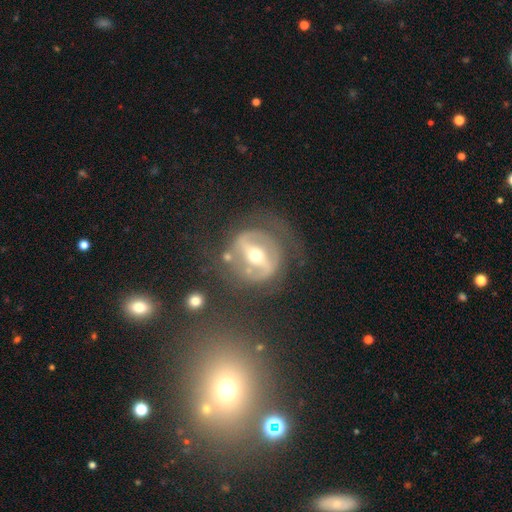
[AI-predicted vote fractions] Smooth or featured? featured or disk (83%)
Edge-on disk? no (95%)
Bar? strong (68%)
Spiral arms? yes (77%)
Spiral winding? medium (45%)
Spiral arm count? 2 (84%)
Bulge size? moderate (65%)
Merging? none (68%)